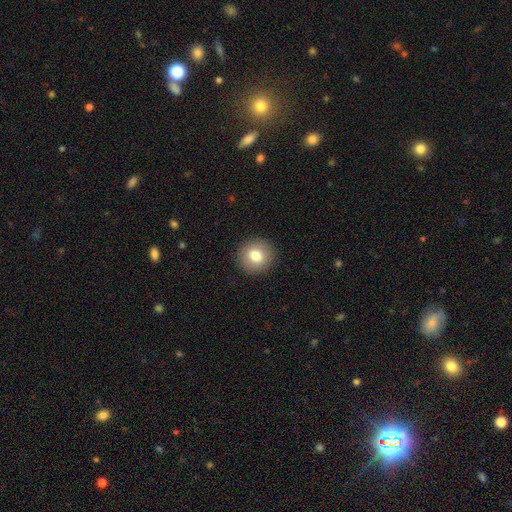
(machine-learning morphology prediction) A smooth galaxy with no disk features (79%) that is round (92%).

Vote fractions:
- Smooth or featured? smooth: 79% / featured or disk: 12% / star or artifact: 9%
- How rounded? round: 92% / in between: 7% / cigar-shaped: 1%
- Merging? none: 92% / minor disturbance: 5% / major disturbance: 2% / merger: 1%